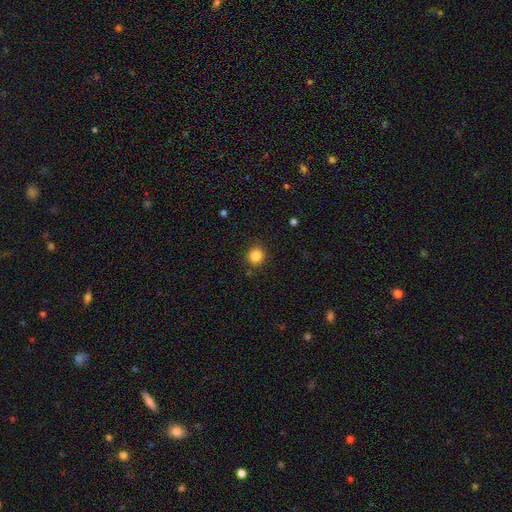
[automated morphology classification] Smooth or featured: smooth — 85% (star or artifact — 11%)
How rounded: round — 90% (in between — 9%)
Merging: none — 89% (minor disturbance — 7%)